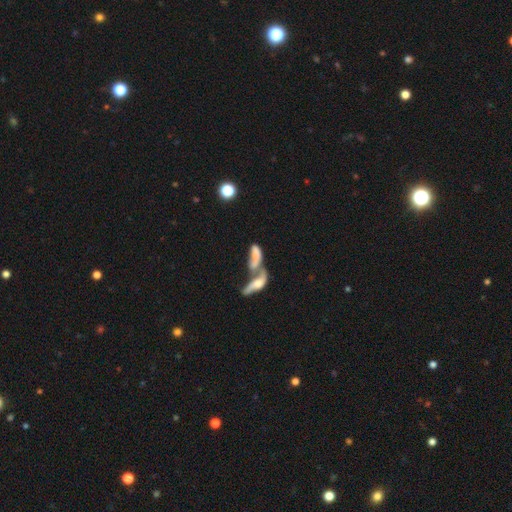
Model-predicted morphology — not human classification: Smooth or featured?
  - smooth: 49% *
  - featured or disk: 41%
  - star or artifact: 10%
Merging?
  - merger: 78% *
  - none: 9%
  - major disturbance: 8%
  - minor disturbance: 5%